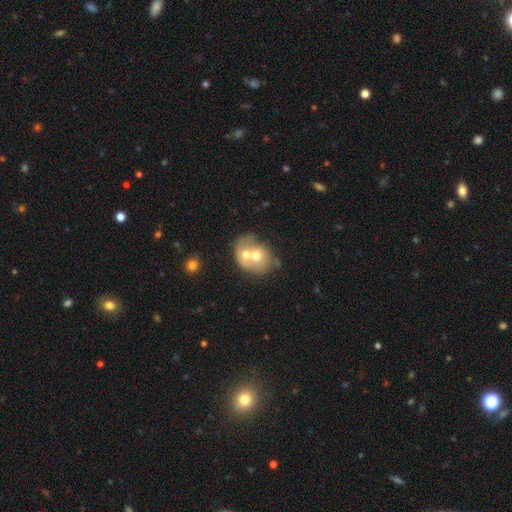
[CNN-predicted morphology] Smooth or featured?
  - smooth: 58% *
  - featured or disk: 35%
  - star or artifact: 7%
How rounded?
  - round: 55% *
  - in between: 44%
  - cigar-shaped: 1%
Merging?
  - merger: 75% *
  - none: 15%
  - minor disturbance: 7%
  - major disturbance: 4%